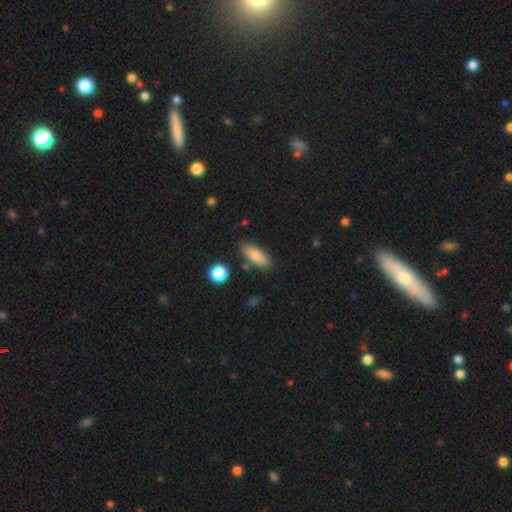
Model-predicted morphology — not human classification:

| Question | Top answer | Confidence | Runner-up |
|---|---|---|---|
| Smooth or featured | smooth | 80% | featured or disk (13%) |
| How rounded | in between | 76% | cigar-shaped (21%) |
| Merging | none | 81% | minor disturbance (12%) |